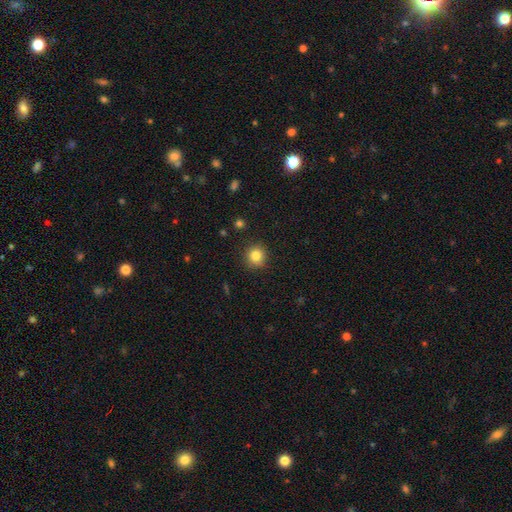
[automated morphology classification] smooth 83%, star or artifact 11%, featured or disk 6%. Down the decision tree: how rounded — round (92%); merging — none (90%).